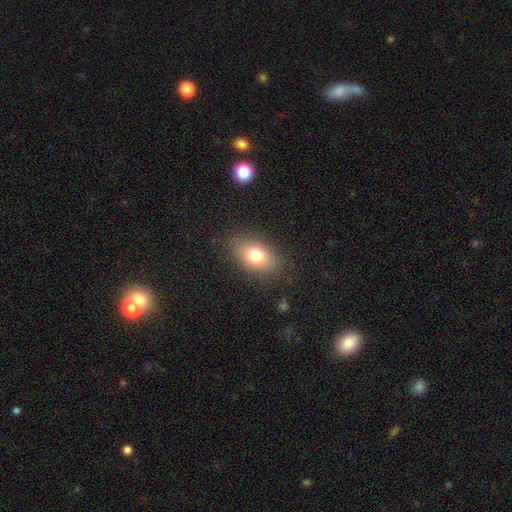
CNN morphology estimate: Q: Smooth or featured?
A: smooth (76%); runner-up: featured or disk (14%)
Q: How rounded?
A: in between (84%); runner-up: round (14%)
Q: Merging?
A: none (82%); runner-up: minor disturbance (13%)